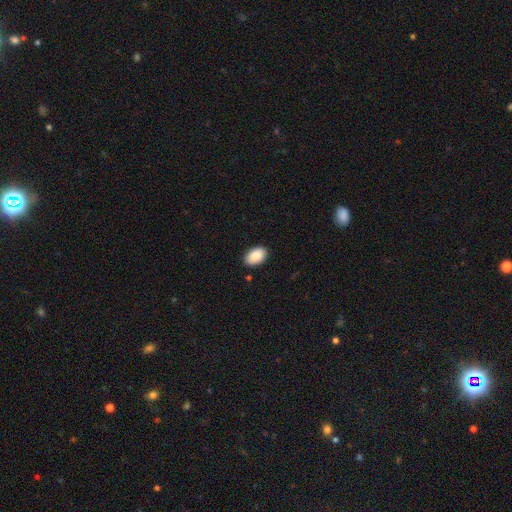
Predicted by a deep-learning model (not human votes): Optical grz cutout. It shows a smooth galaxy with no disk features (89%) that is in between round and cigar-shaped (91%). Merging: none (88%).